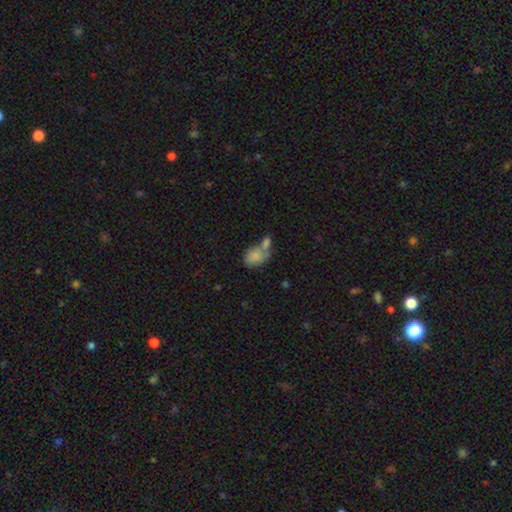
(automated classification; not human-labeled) The model was most divided on "merging": merger: 51%, none: 26%, minor disturbance: 14%, major disturbance: 9%. More confident: smooth or featured — smooth (78%); how rounded — in between (77%).